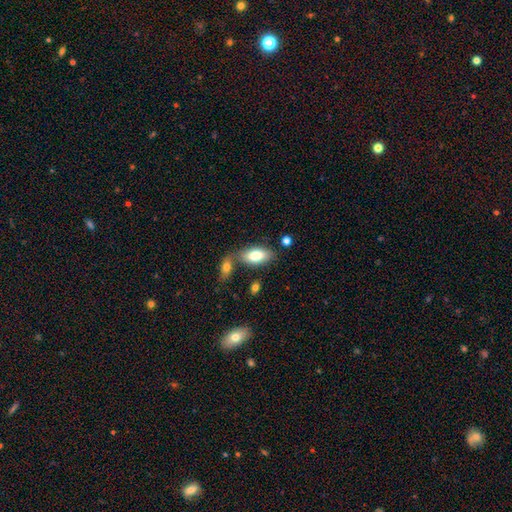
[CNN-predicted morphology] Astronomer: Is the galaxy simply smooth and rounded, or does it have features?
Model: smooth — 79%.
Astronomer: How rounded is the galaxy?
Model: in between — 91%.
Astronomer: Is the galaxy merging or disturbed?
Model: none — 61%.